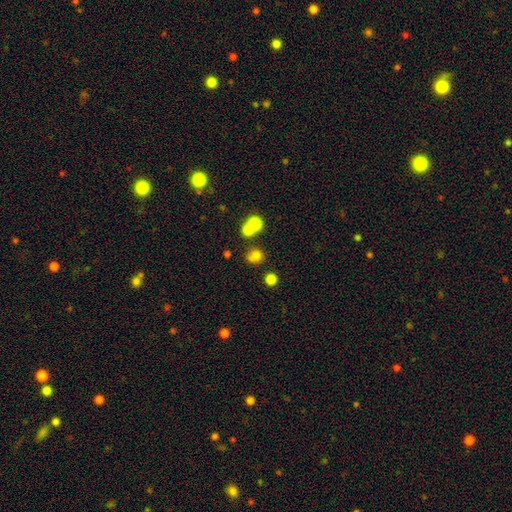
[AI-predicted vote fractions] This is likely a smooth galaxy (74%). How rounded: clearly round (83%). Merging: likely none (60%).